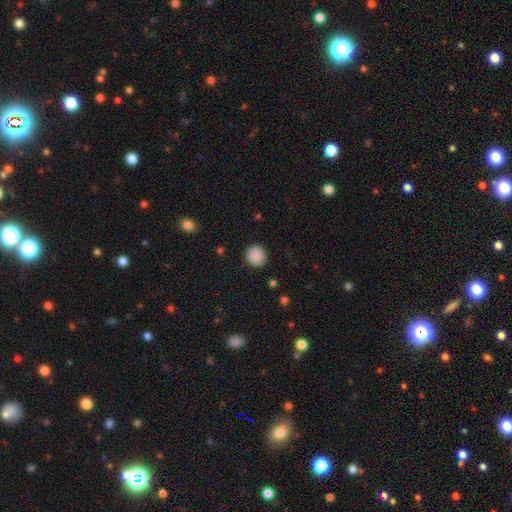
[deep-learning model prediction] A smooth galaxy with no disk features (89%) that is round (85%).

Vote fractions:
- Smooth or featured? smooth: 89% / star or artifact: 8% / featured or disk: 3%
- How rounded? round: 85% / in between: 14% / cigar-shaped: 1%
- Merging? none: 90% / minor disturbance: 7% / major disturbance: 2% / merger: 1%